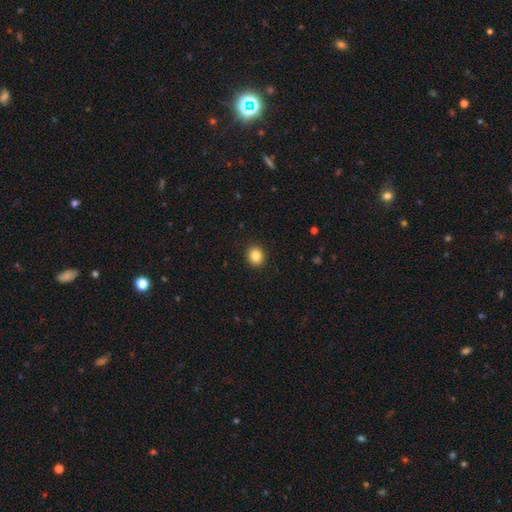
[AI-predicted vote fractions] This appears to be a smooth galaxy with no disk features (84%) that is round (80%). Merging: none (92%).